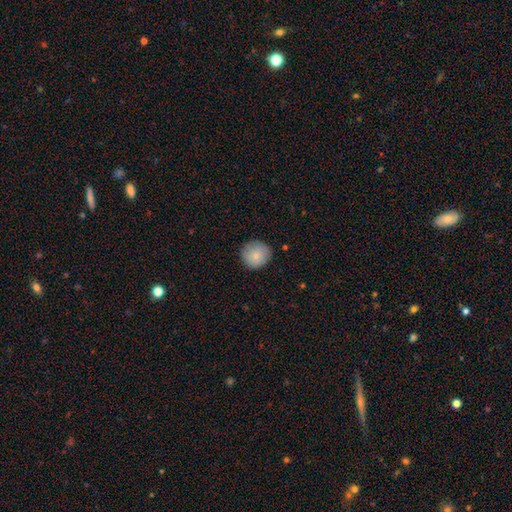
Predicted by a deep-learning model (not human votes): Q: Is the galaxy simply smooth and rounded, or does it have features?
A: smooth — 84%.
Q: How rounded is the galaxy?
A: round — 91%.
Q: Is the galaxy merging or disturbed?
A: none — 86%.